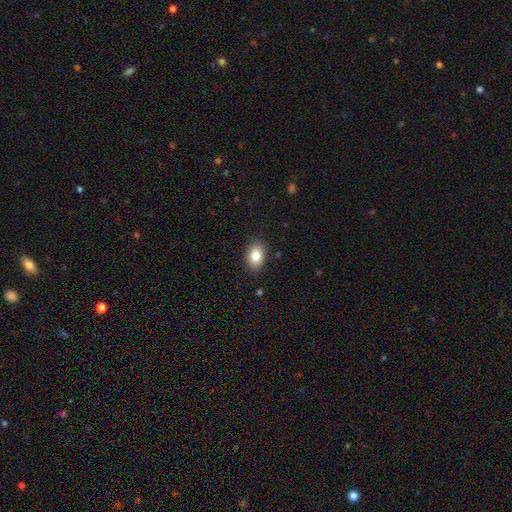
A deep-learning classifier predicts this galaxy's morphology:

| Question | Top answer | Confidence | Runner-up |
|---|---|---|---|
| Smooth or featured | smooth | 85% | star or artifact (8%) |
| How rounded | in between | 86% | round (13%) |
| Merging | none | 87% | minor disturbance (10%) |